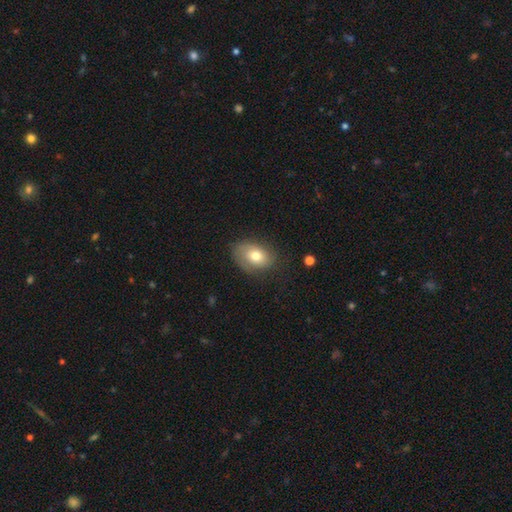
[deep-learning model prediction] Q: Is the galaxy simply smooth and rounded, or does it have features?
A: smooth — 67%.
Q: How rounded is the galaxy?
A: in between — 78%.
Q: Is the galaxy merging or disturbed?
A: none — 69%.